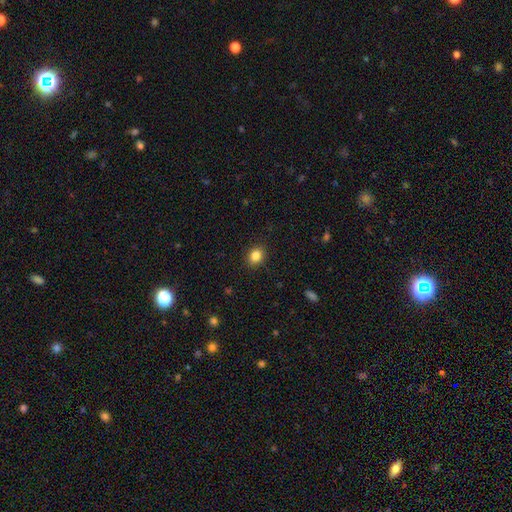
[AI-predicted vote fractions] Q: Smooth or featured?
A: smooth (85%); runner-up: star or artifact (10%)
Q: How rounded?
A: round (58%); runner-up: in between (41%)
Q: Merging?
A: none (89%); runner-up: minor disturbance (7%)